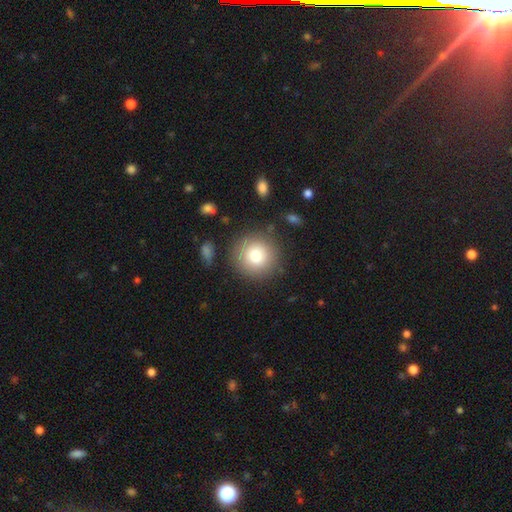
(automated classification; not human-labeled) Overall: smooth (75%). How rounded: round (95%). Merging: none (86%).